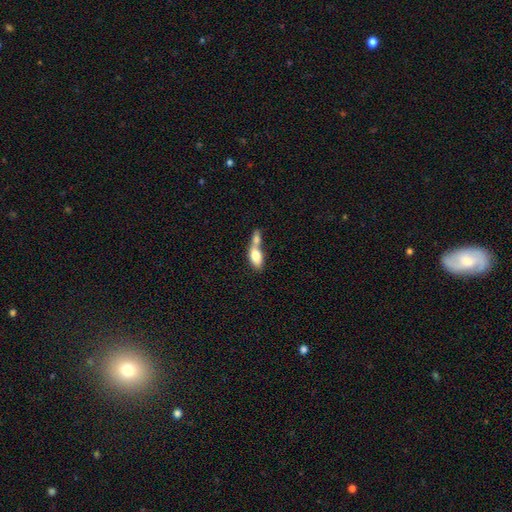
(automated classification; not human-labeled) Smooth or featured? smooth (75%)
How rounded? in between (82%)
Merging? merger (70%)